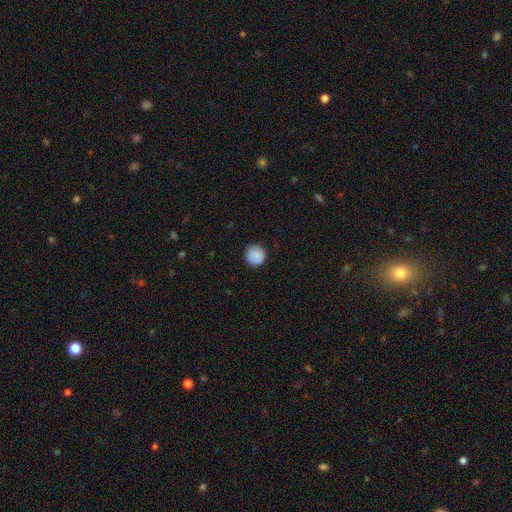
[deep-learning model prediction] Smooth or featured? smooth (87%)
How rounded? round (93%)
Merging? none (88%)